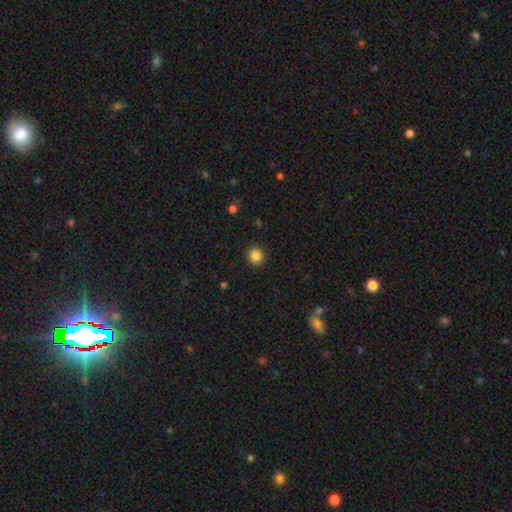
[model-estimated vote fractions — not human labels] A smooth galaxy with no disk features (86%) that is round (90%).

Vote fractions:
- Smooth or featured? smooth: 86% / star or artifact: 11% / featured or disk: 4%
- How rounded? round: 90% / in between: 9% / cigar-shaped: 1%
- Merging? none: 92% / minor disturbance: 5% / major disturbance: 2% / merger: 1%